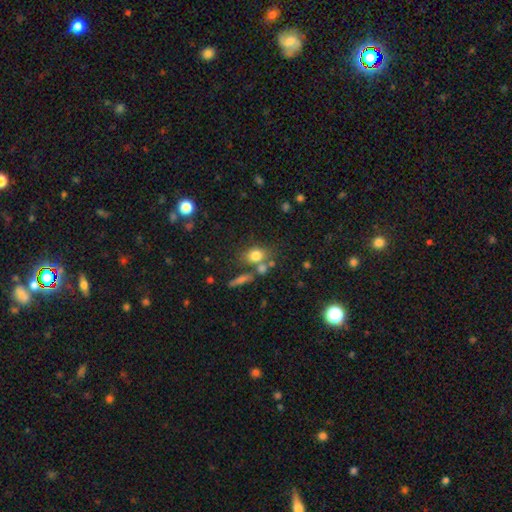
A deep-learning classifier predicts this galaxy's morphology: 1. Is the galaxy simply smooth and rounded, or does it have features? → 76% smooth, 12% featured or disk, 12% star or artifact.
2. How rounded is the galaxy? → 54% in between, 43% round, 4% cigar-shaped.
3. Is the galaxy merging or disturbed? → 56% none, 25% merger, 13% minor disturbance, 6% major disturbance.